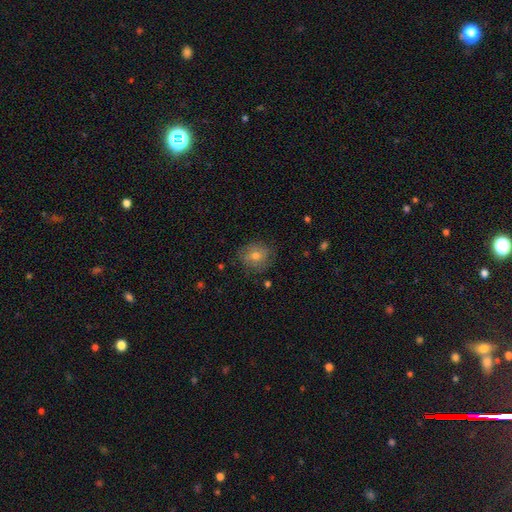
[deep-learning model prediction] A smooth galaxy with no disk features (55%) that is round (81%).

Vote fractions:
- Smooth or featured? smooth: 55% / featured or disk: 30% / star or artifact: 14%
- How rounded? round: 81% / in between: 18% / cigar-shaped: 1%
- Merging? none: 79% / minor disturbance: 15% / major disturbance: 5% / merger: 1%